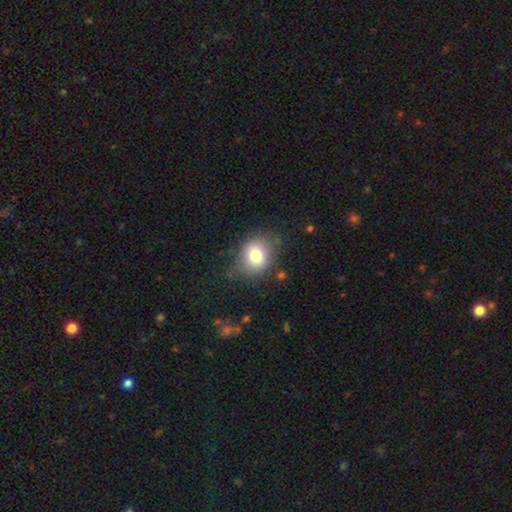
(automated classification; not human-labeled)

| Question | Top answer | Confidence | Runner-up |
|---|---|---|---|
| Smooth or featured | smooth | 79% | featured or disk (12%) |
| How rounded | round | 53% | in between (46%) |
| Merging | none | 66% | minor disturbance (23%) |